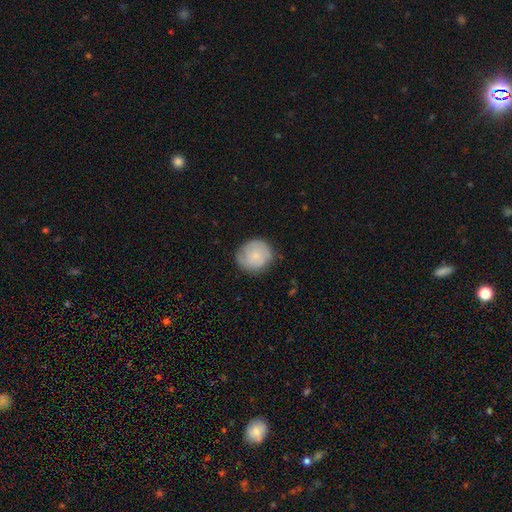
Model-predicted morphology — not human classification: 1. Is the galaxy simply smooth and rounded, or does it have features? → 69% smooth, 25% featured or disk, 7% star or artifact.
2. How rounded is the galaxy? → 84% round, 15% in between, 1% cigar-shaped.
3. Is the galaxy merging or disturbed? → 72% none, 21% minor disturbance, 5% major disturbance, 1% merger.